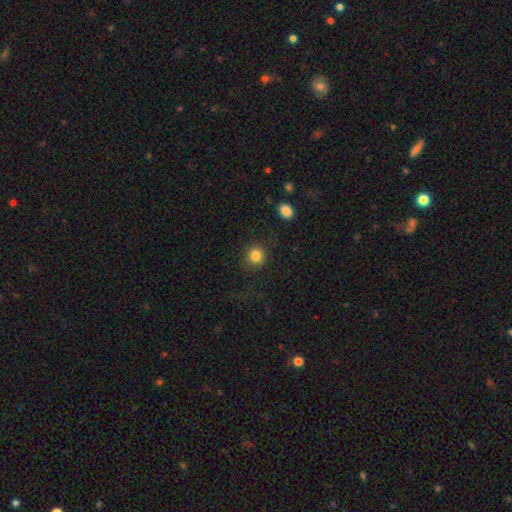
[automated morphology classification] smooth_or_featured: smooth (p=0.84) [alt: star or artifact p=0.11]
how_rounded: round (p=0.89) [alt: in between p=0.10]
merging: none (p=0.83) [alt: minor disturbance p=0.10]